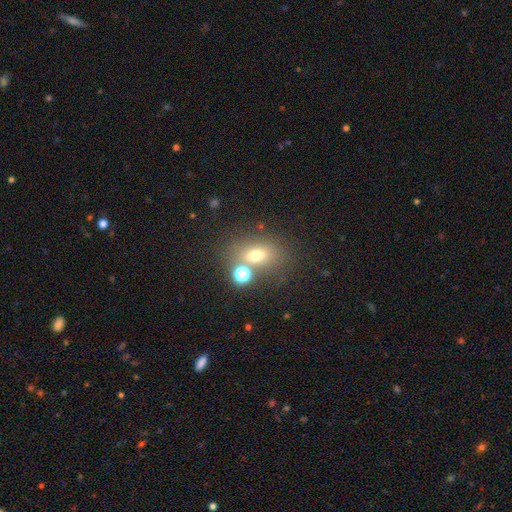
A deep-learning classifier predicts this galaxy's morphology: A smooth galaxy with no disk features (66%) that is in between round and cigar-shaped (65%).

Vote fractions:
- Smooth or featured? smooth: 66% / star or artifact: 18% / featured or disk: 16%
- How rounded? in between: 65% / round: 32% / cigar-shaped: 3%
- Merging? none: 60% / merger: 21% / minor disturbance: 12% / major disturbance: 6%